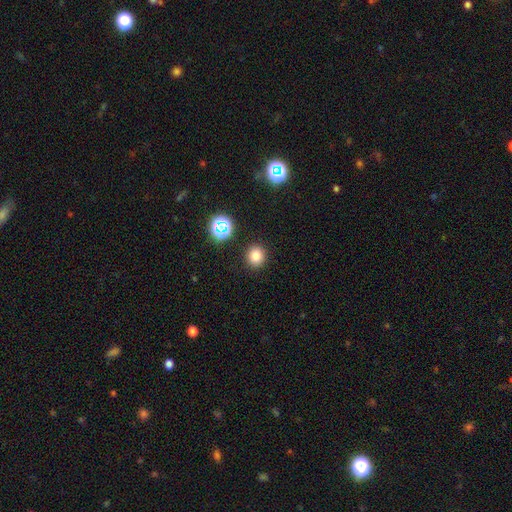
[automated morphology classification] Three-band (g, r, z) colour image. It shows a smooth galaxy with no disk features (78%) that is round (86%). Merging: none (90%).